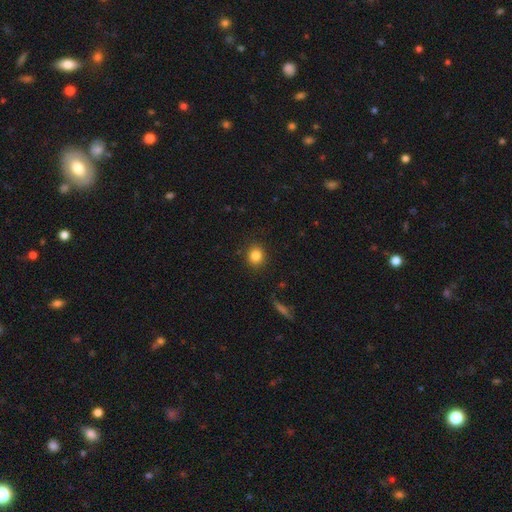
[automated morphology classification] A smooth galaxy with no disk features (84%) that is round (84%).

Vote fractions:
- Smooth or featured? smooth: 84% / star or artifact: 11% / featured or disk: 5%
- How rounded? round: 84% / in between: 15% / cigar-shaped: 1%
- Merging? none: 90% / minor disturbance: 7% / major disturbance: 2% / merger: 1%